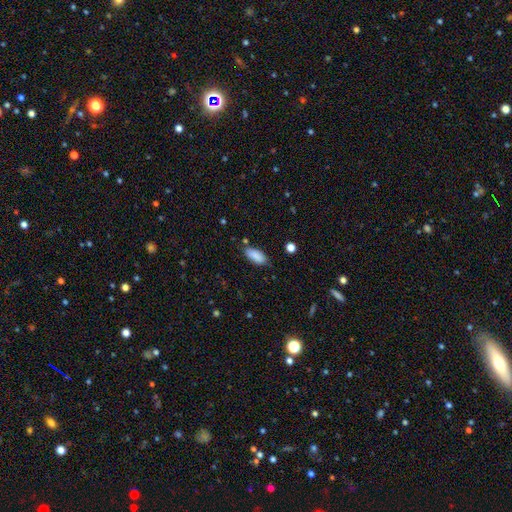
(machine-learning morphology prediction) smooth-or-featured: smooth: 89% | star or artifact: 7% | featured or disk: 4%
  how-rounded: in between: 86% | cigar-shaped: 12% | round: 2%
  merging: none: 81% | minor disturbance: 13% | major disturbance: 3% | merger: 2%